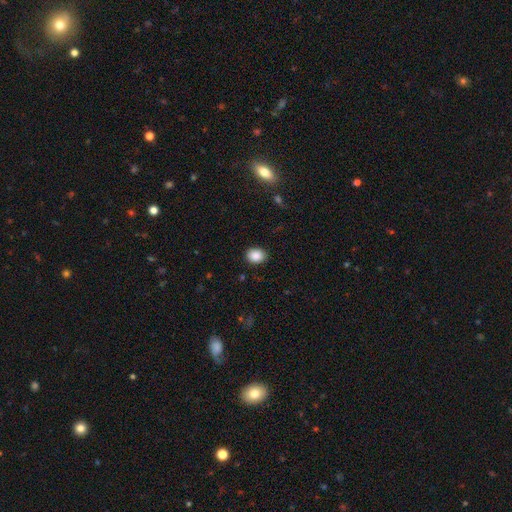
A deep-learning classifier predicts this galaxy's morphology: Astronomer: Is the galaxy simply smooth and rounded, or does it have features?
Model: smooth — 88%.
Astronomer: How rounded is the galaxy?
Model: in between — 61% (runner-up: round, 39%).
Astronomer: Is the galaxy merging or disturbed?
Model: none — 88%.